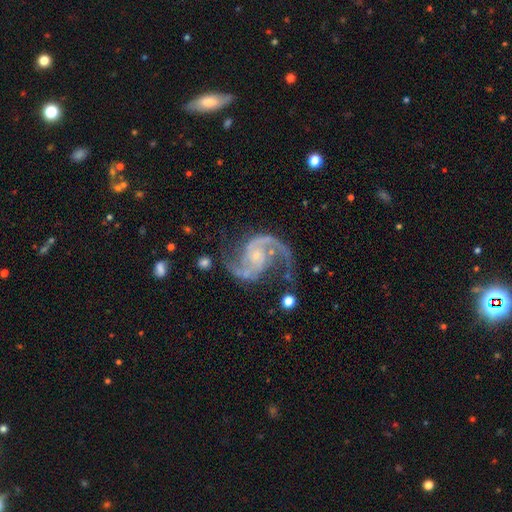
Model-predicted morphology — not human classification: smooth_or_featured: featured or disk (p=0.93) [alt: star or artifact p=0.04]
disk_edge_on: no (p=0.98) [alt: yes p=0.02]
bar: no (p=0.61) [alt: weak p=0.30]
has_spiral_arms: yes (p=0.98) [alt: no p=0.02]
spiral_winding: medium (p=0.57) [alt: loose p=0.32]
spiral_arm_count: 2 (p=0.93) [alt: 3 p=0.02]
bulge_size: small (p=0.75) [alt: moderate p=0.17]
merging: none (p=0.70) [alt: minor disturbance p=0.17]